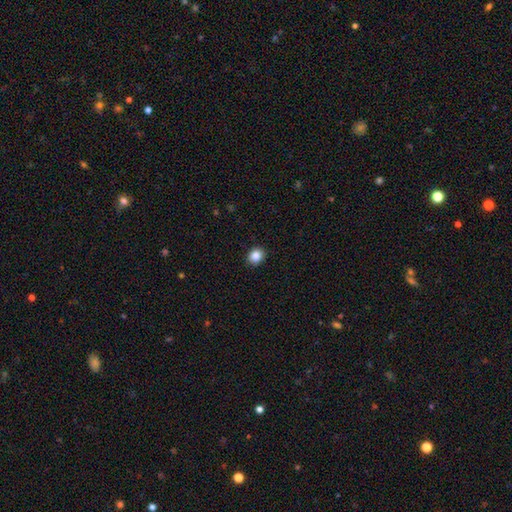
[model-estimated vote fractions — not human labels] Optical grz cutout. It shows a smooth galaxy with no disk features (86%) that is round (73%). Merging: none (91%).